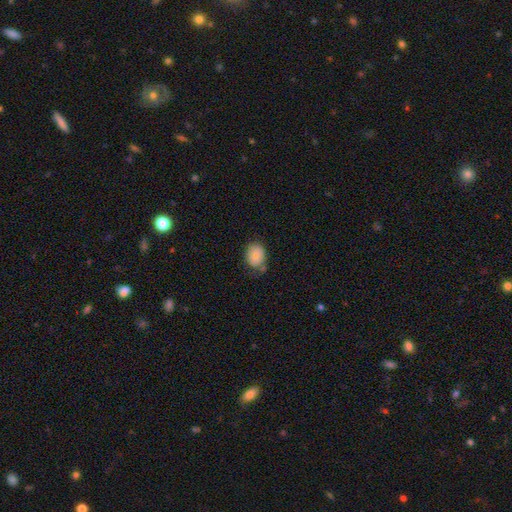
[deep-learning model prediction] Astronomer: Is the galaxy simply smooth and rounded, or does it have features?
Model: smooth — 81%.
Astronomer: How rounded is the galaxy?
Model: in between — 60% (runner-up: round, 39%).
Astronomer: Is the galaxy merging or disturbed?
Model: none — 59%.